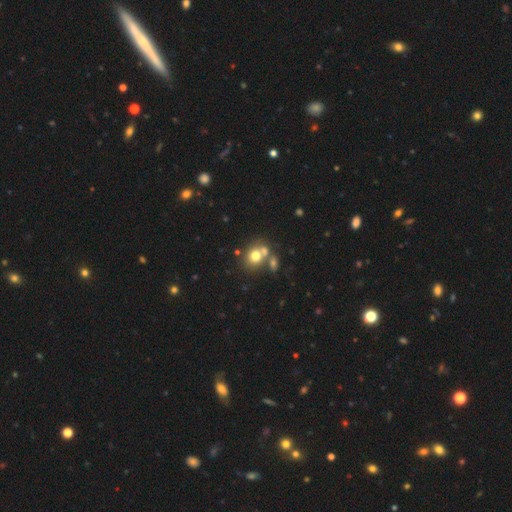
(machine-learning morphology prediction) A smooth galaxy with no disk features (71%) that is round (67%).

Vote fractions:
- Smooth or featured? smooth: 71% / featured or disk: 16% / star or artifact: 13%
- How rounded? round: 67% / in between: 32% / cigar-shaped: 1%
- Merging? none: 45% / merger: 40% / minor disturbance: 10% / major disturbance: 5%